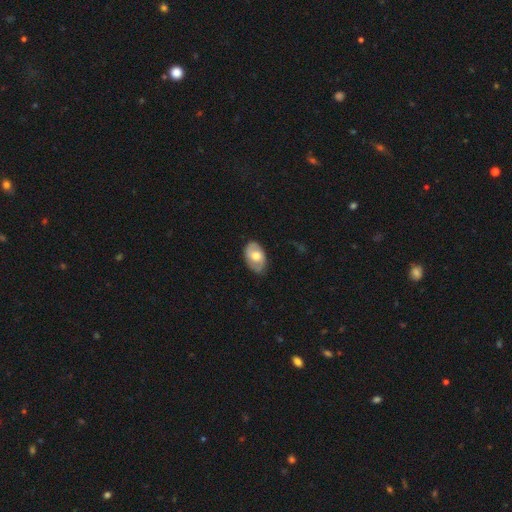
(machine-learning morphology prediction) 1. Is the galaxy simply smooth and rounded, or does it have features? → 55% smooth, 38% featured or disk, 6% star or artifact.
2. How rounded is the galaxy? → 89% in between, 10% round, 1% cigar-shaped.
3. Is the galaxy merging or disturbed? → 78% none, 18% minor disturbance, 3% major disturbance, 1% merger.